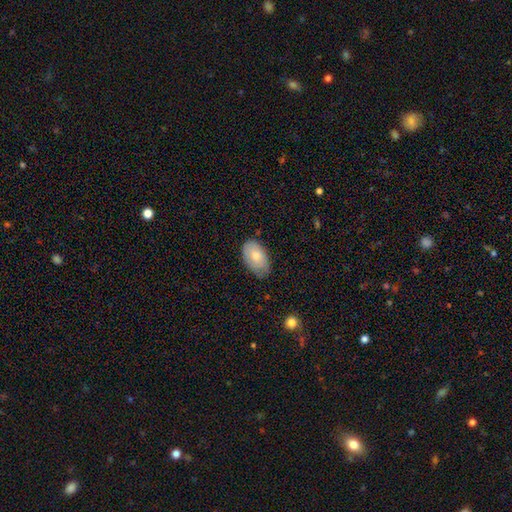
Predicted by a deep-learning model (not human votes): This appears to be a smooth galaxy with no disk features (76%) that is in between round and cigar-shaped (93%). Merging: none (65%).